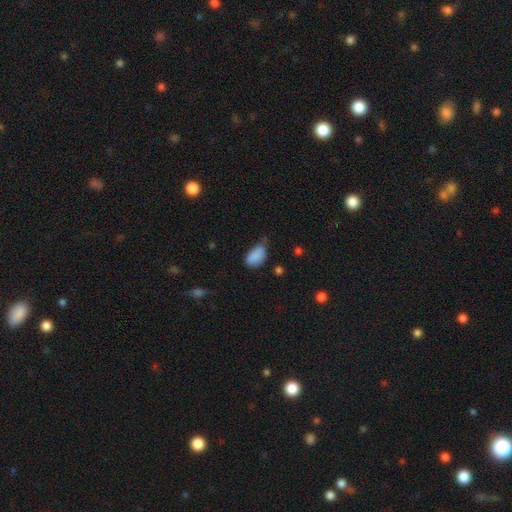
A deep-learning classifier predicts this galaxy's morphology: This is clearly a smooth galaxy (86%). How rounded: clearly in between (90%). Merging: possibly minor disturbance (45%).